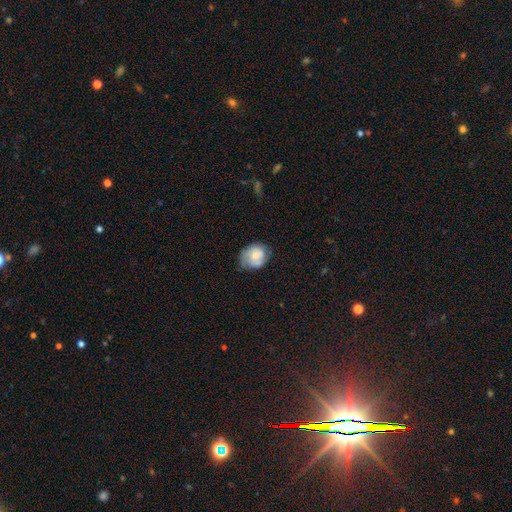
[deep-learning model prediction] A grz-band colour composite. It shows a smooth galaxy with no disk features (50%). Merging: none (55%).